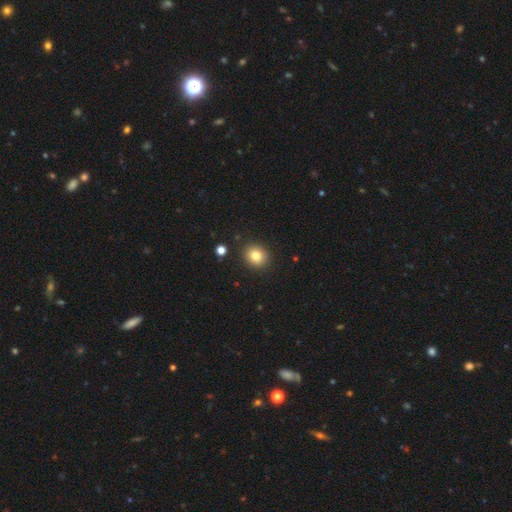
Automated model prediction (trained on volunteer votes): The model was most divided on "how rounded": round: 74%, in between: 25%, cigar-shaped: 1%. More confident: merging — none (89%); smooth or featured — smooth (81%).